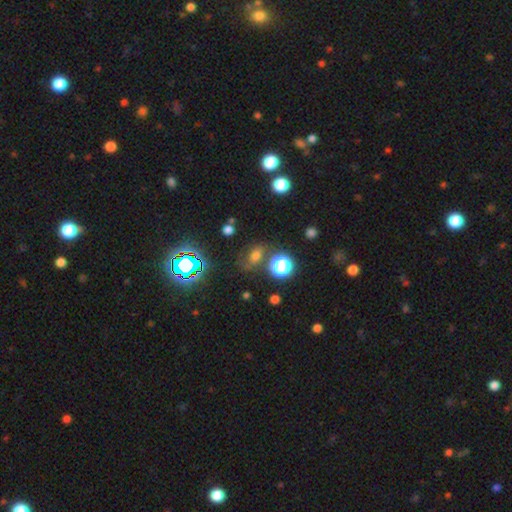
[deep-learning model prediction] A smooth galaxy with no disk features (59%) that is in between round and cigar-shaped (64%). Merging: none (64%).